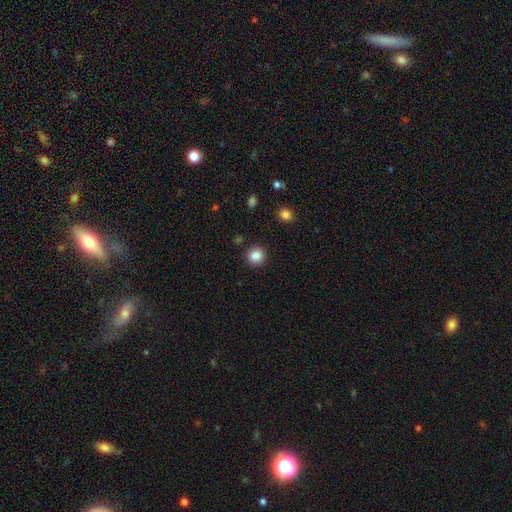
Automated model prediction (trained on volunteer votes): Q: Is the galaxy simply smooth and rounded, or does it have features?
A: smooth — 87%.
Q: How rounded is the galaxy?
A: round — 91%.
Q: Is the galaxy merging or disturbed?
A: none — 90%.